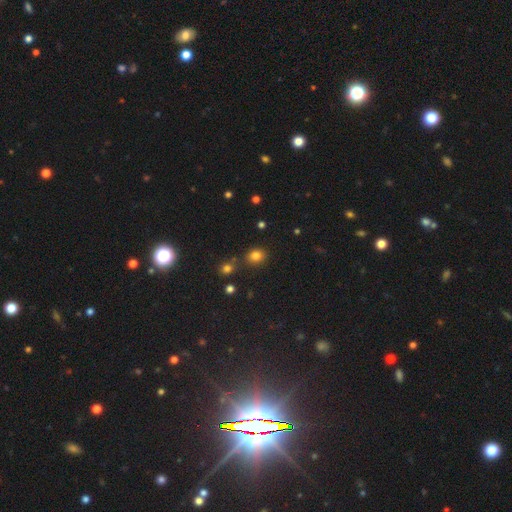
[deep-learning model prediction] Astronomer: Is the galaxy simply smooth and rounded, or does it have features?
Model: smooth — 79%.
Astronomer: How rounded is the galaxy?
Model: round — 63%.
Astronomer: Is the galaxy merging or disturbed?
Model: none — 75%.